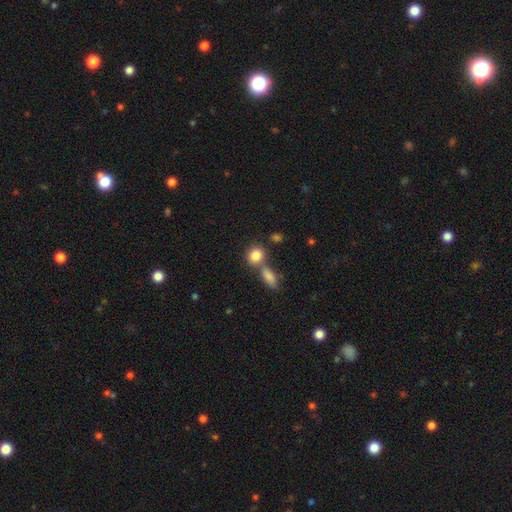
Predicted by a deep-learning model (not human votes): A smooth galaxy with no disk features (85%) that is round (59%).

Vote fractions:
- Smooth or featured? smooth: 85% / star or artifact: 8% / featured or disk: 7%
- How rounded? round: 59% / in between: 38% / cigar-shaped: 3%
- Merging? none: 52% / merger: 34% / minor disturbance: 10% / major disturbance: 4%